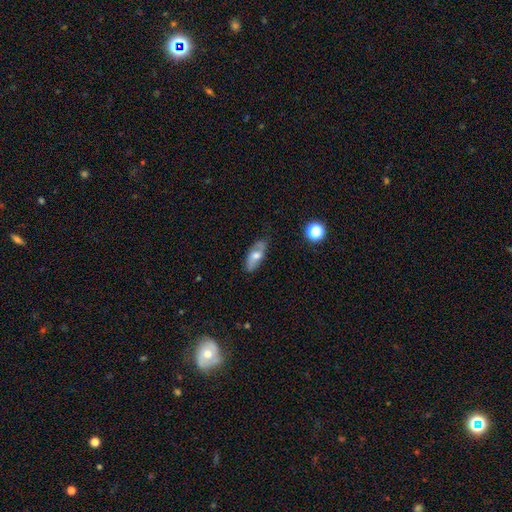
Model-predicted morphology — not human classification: smooth_or_featured: smooth (p=0.52) [alt: featured or disk p=0.40]
how_rounded: in between (p=0.80) [alt: cigar-shaped p=0.15]
merging: none (p=0.78) [alt: minor disturbance p=0.17]